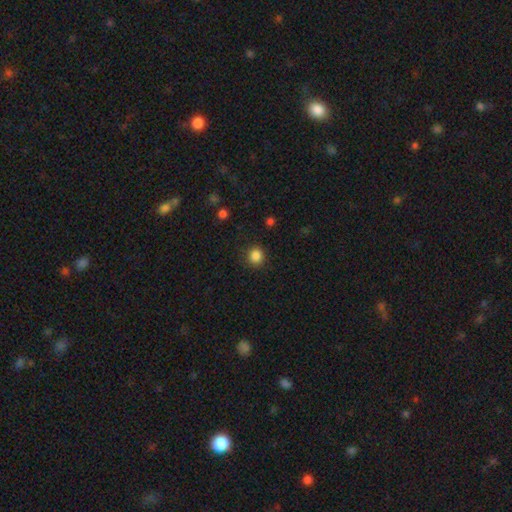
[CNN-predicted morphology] A smooth galaxy with no disk features (86%) that is round (92%). Merging: none (90%).